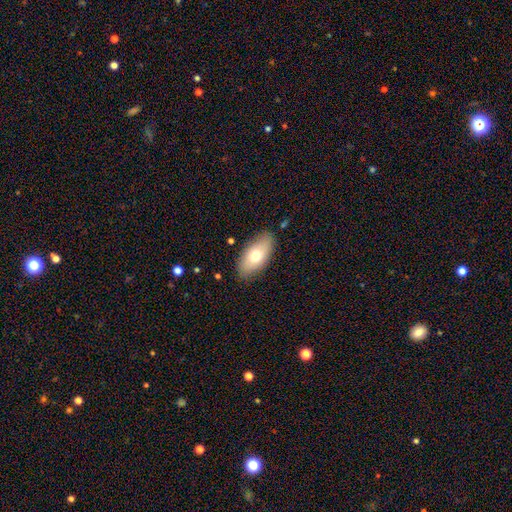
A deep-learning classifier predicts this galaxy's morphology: The model was most divided on "smooth or featured": smooth: 71%, featured or disk: 23%, star or artifact: 7%. More confident: how rounded — in between (91%); merging — none (84%).